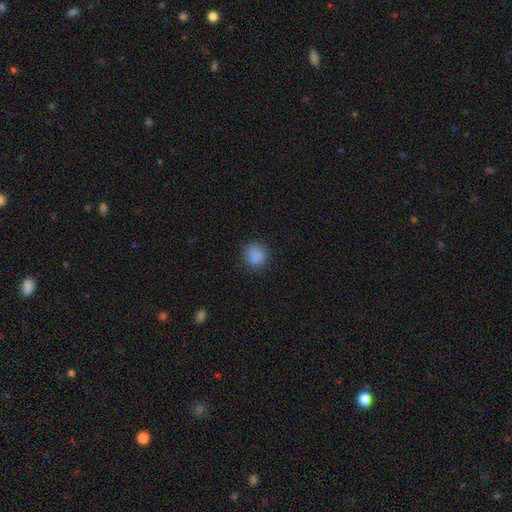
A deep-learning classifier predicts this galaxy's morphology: The model was most divided on "how rounded": round: 87%, in between: 12%, cigar-shaped: 1%. More confident: merging — none (87%); smooth or featured — smooth (87%).